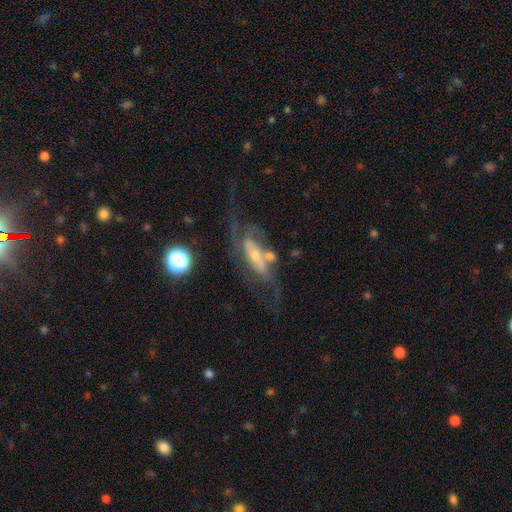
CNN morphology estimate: smooth_or_featured: featured or disk (p=0.76) [alt: smooth p=0.15]
disk_edge_on: no (p=0.85) [alt: yes p=0.15]
bar: no (p=0.43) [alt: weak p=0.31]
has_spiral_arms: yes (p=0.84) [alt: no p=0.16]
spiral_winding: medium (p=0.41) [alt: loose p=0.39]
spiral_arm_count: 2 (p=0.65) [alt: can't tell p=0.17]
bulge_size: small (p=0.55) [alt: moderate p=0.34]
merging: none (p=0.42) [alt: major disturbance p=0.27]